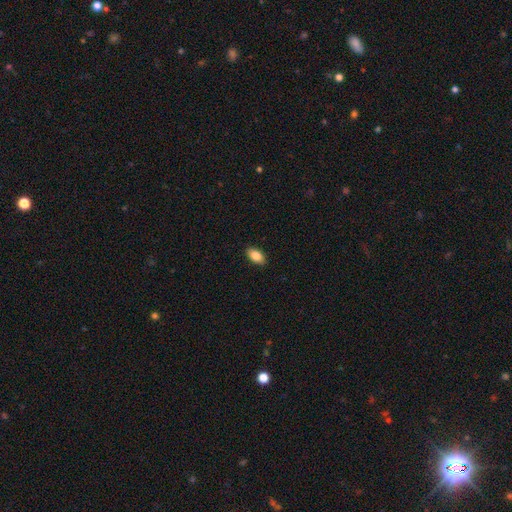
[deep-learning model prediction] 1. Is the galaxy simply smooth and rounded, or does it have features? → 86% smooth, 7% star or artifact, 7% featured or disk.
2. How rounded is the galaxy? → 92% in between, 5% round, 2% cigar-shaped.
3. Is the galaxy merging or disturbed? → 90% none, 8% minor disturbance, 2% major disturbance, 1% merger.